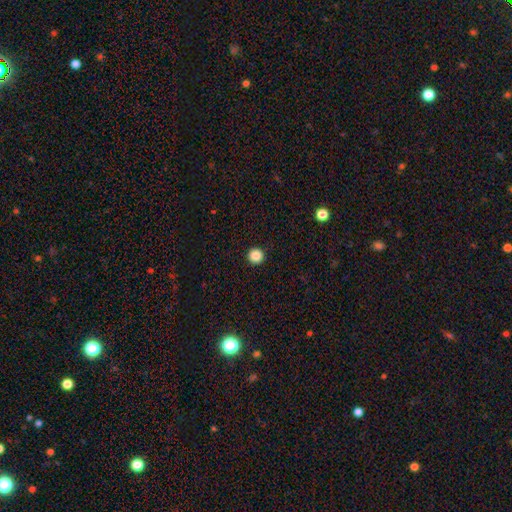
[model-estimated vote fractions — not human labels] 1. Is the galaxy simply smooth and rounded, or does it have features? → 86% smooth, 10% star or artifact, 3% featured or disk.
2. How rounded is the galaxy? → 96% round, 3% in between, 1% cigar-shaped.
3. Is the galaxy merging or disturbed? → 94% none, 4% minor disturbance, 1% major disturbance, 1% merger.